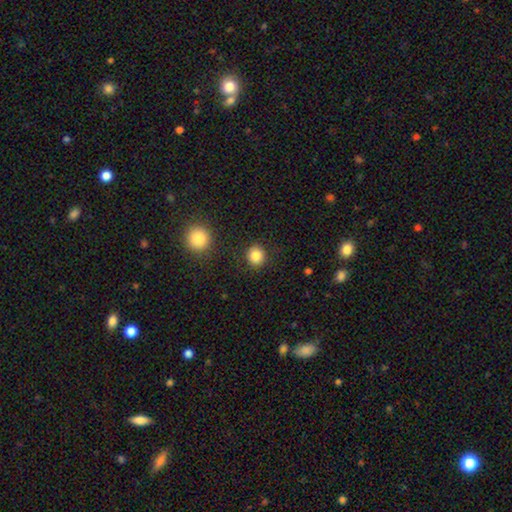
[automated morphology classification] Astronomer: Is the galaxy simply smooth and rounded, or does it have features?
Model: smooth — 84%.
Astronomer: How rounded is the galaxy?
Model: round — 86%.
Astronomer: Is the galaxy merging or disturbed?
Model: none — 89%.